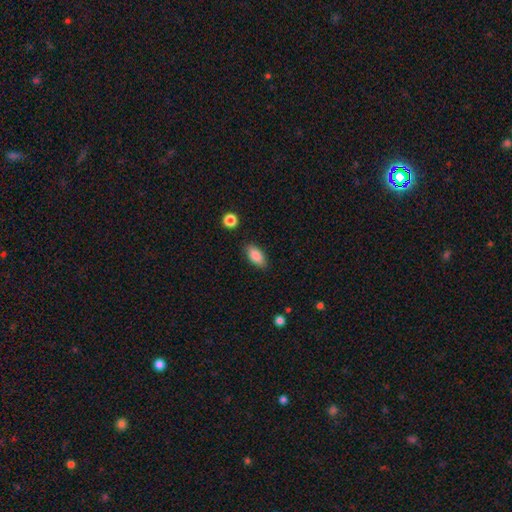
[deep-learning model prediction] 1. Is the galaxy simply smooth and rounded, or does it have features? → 87% smooth, 7% star or artifact, 5% featured or disk.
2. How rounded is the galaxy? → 90% in between, 7% cigar-shaped, 4% round.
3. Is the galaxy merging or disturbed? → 84% none, 11% minor disturbance, 3% major disturbance, 2% merger.